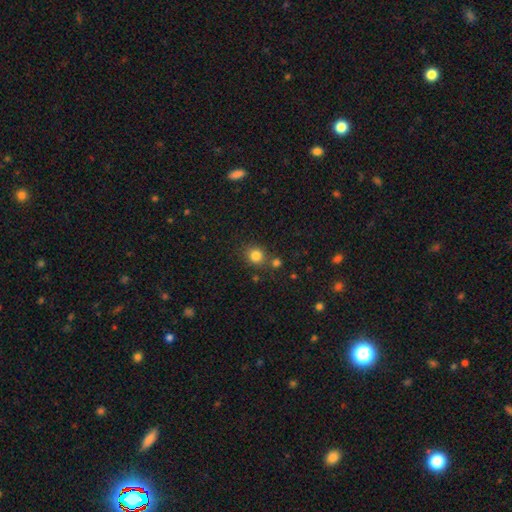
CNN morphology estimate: This is clearly a smooth galaxy (82%). How rounded: clearly round (85%). Merging: likely none (74%).